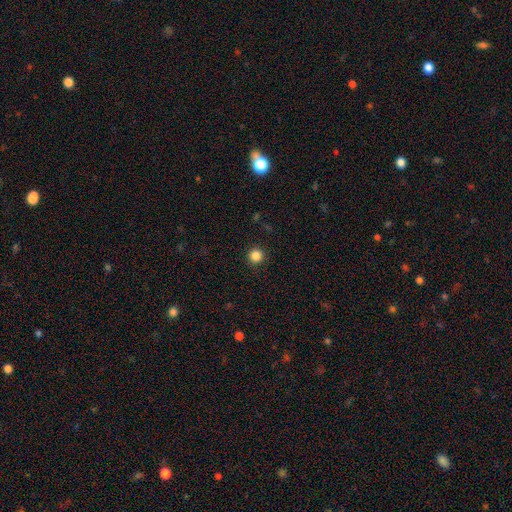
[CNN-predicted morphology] This is clearly a smooth galaxy (85%). How rounded: clearly round (96%). Merging: clearly none (92%).